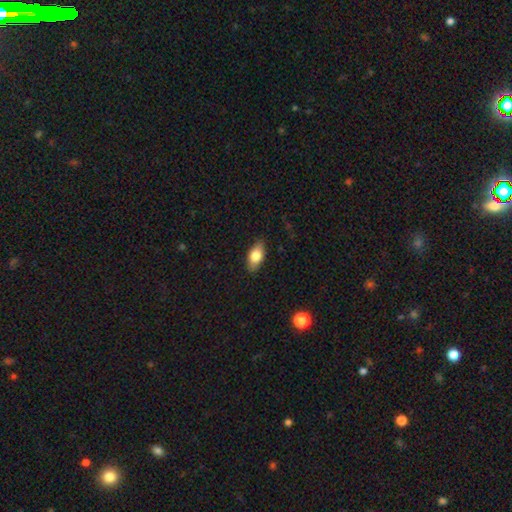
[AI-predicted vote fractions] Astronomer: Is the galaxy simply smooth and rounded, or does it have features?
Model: smooth — 79%.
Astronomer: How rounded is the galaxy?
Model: in between — 88%.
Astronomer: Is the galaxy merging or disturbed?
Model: none — 86%.